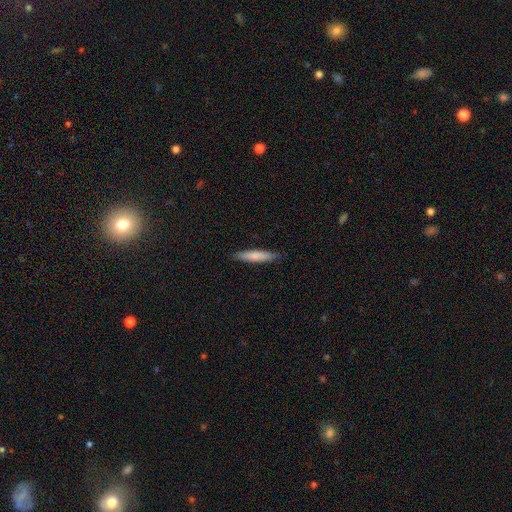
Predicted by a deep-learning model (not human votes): Q: Smooth or featured?
A: smooth (79%); runner-up: featured or disk (16%)
Q: How rounded?
A: cigar-shaped (87%); runner-up: in between (12%)
Q: Merging?
A: none (87%); runner-up: minor disturbance (10%)